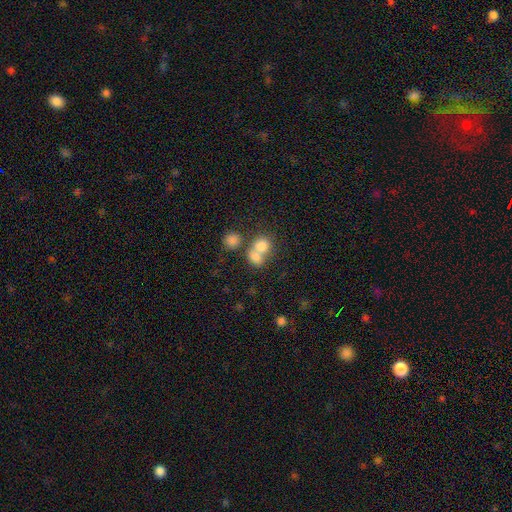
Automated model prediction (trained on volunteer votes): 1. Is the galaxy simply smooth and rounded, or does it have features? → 77% smooth, 12% featured or disk, 12% star or artifact.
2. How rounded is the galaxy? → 65% round, 34% in between, 1% cigar-shaped.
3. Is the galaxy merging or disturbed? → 59% merger, 31% none, 6% minor disturbance, 4% major disturbance.